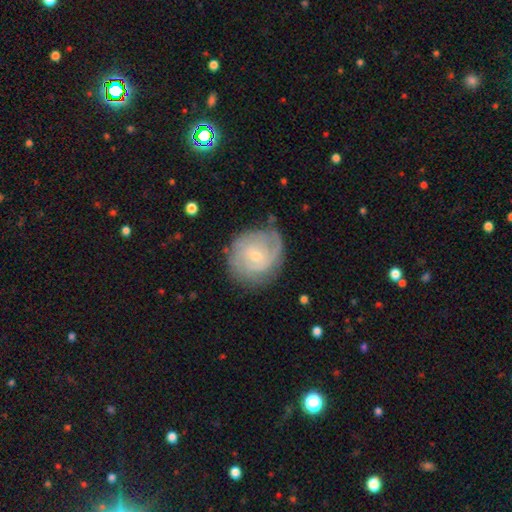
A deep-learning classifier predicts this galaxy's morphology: This is likely a featured or disk galaxy (75%). It is clearly not viewed edge-on (98%). Bar: possibly no (56%). Spiral arm pattern: clearly yes (92%). Spiral arm count: marginally can't tell (35%). Spiral winding: likely tight (63%). Central bulge: likely small (72%). Merging: likely none (71%).